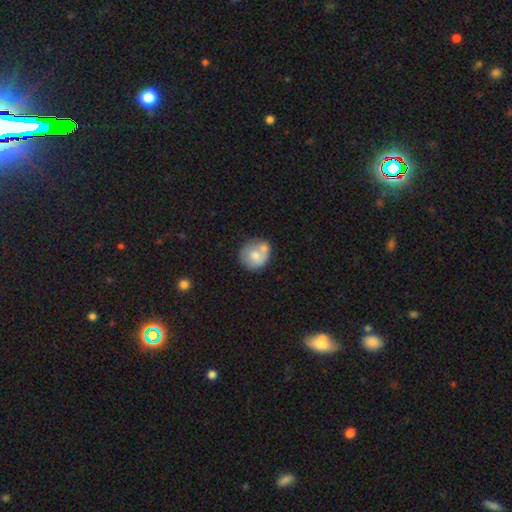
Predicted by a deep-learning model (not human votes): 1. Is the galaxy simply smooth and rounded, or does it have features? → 68% smooth, 25% featured or disk, 7% star or artifact.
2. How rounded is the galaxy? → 84% round, 15% in between, 1% cigar-shaped.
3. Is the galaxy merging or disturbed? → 48% none, 31% merger, 16% minor disturbance, 5% major disturbance.